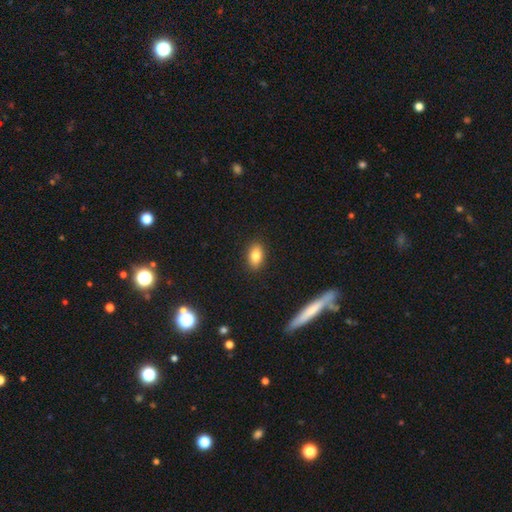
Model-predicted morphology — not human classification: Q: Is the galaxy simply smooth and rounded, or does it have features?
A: smooth — 82%.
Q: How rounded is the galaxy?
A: in between — 86%.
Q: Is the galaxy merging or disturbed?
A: none — 89%.